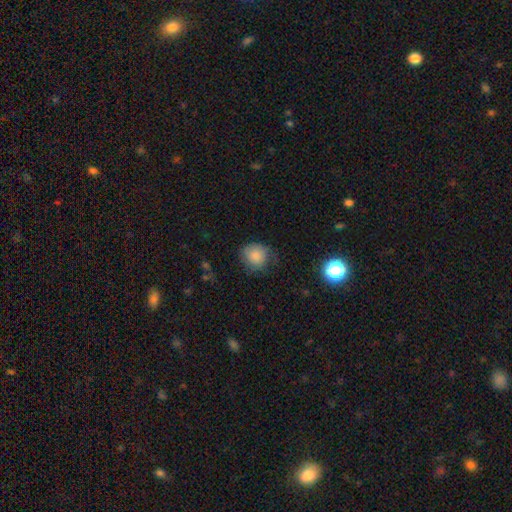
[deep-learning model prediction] Smooth or featured? smooth (83%)
How rounded? round (82%)
Merging? none (63%)